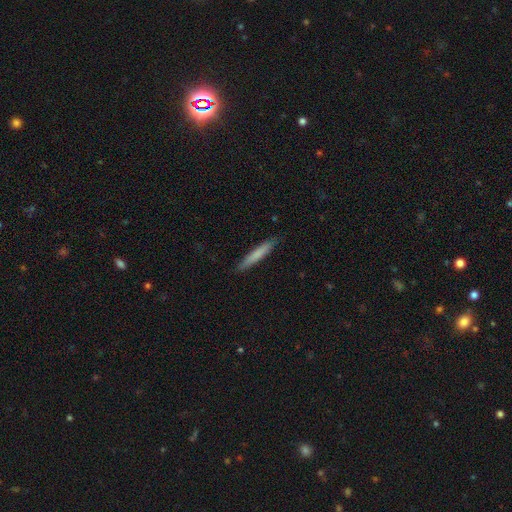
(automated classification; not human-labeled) Q: Smooth or featured?
A: smooth (73%); runner-up: featured or disk (21%)
Q: How rounded?
A: cigar-shaped (95%); runner-up: in between (4%)
Q: Merging?
A: none (88%); runner-up: minor disturbance (9%)